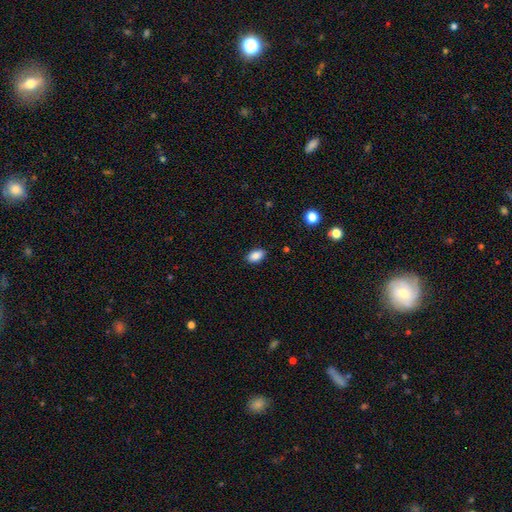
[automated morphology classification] smooth 87%, star or artifact 8%, featured or disk 5%. Down the decision tree: how rounded — in between (91%); merging — none (86%).